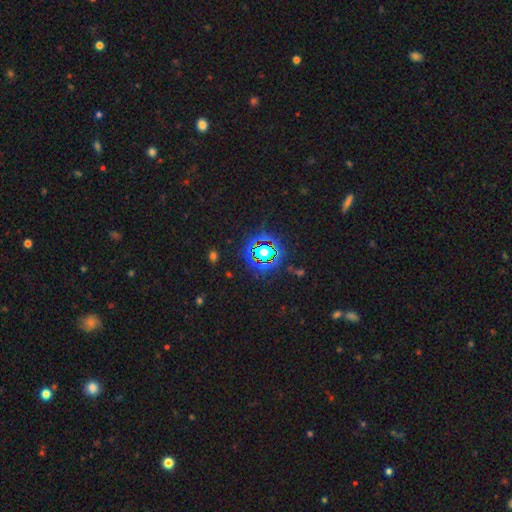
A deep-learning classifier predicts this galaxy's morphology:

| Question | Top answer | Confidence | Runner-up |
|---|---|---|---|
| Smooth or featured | star or artifact | 76% | smooth (16%) |